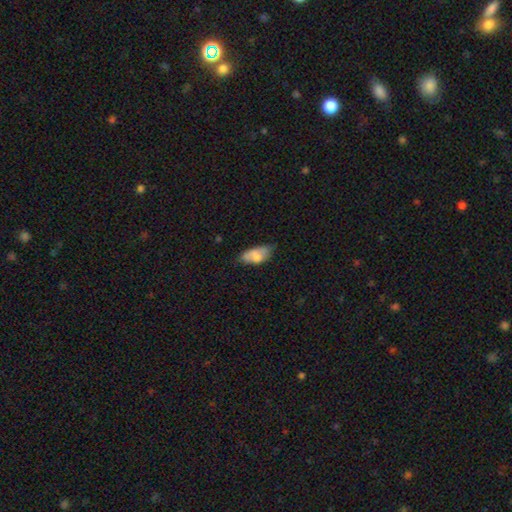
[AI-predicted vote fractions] Q: Smooth or featured?
A: smooth (73%); runner-up: featured or disk (19%)
Q: How rounded?
A: in between (89%); runner-up: cigar-shaped (8%)
Q: Merging?
A: none (49%); runner-up: minor disturbance (35%)